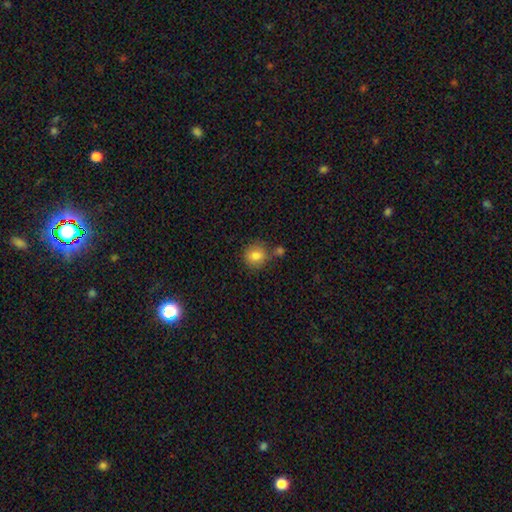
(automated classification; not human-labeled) A smooth galaxy with no disk features (82%) that is round (84%). Merging: none (68%).